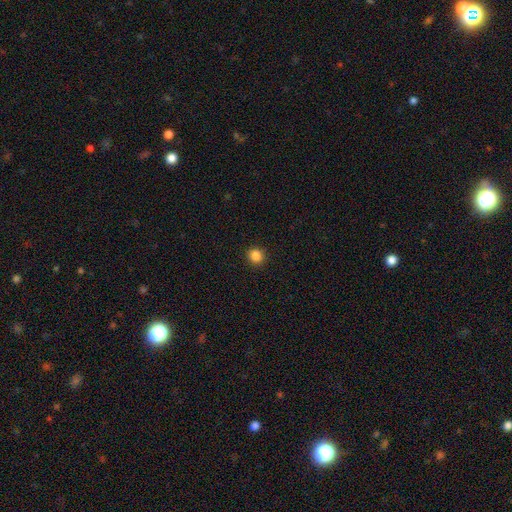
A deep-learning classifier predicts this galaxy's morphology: smooth_or_featured: smooth (p=0.86) [alt: star or artifact p=0.11]
how_rounded: round (p=0.89) [alt: in between p=0.10]
merging: none (p=0.92) [alt: minor disturbance p=0.05]